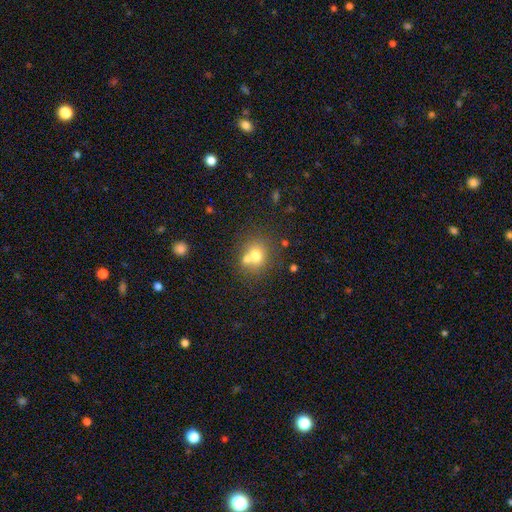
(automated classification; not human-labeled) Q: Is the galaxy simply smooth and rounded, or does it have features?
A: smooth — 69%.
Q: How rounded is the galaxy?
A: round — 72%.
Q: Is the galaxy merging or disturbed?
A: none — 48%.